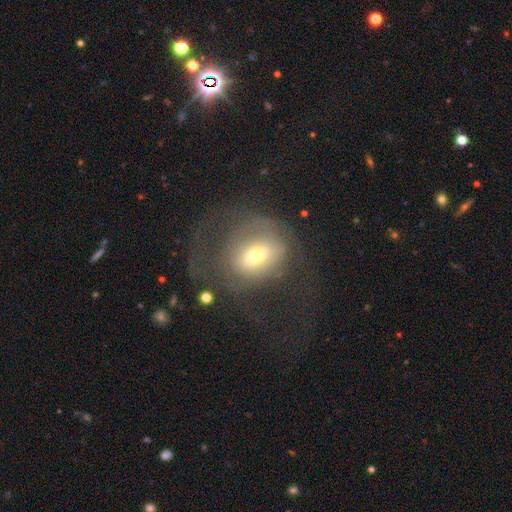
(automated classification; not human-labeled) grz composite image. It shows a smooth galaxy with no disk features (45%). Merging: major disturbance (46%).